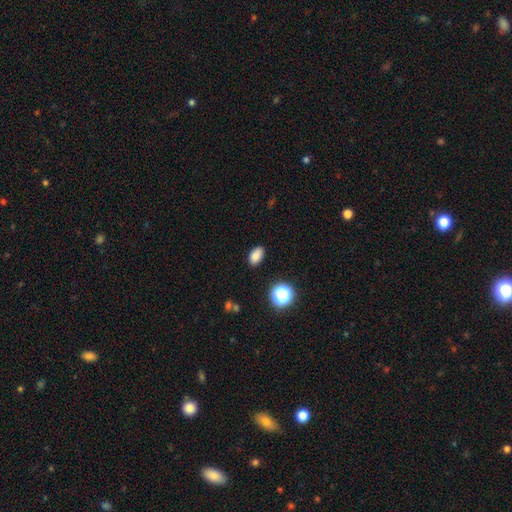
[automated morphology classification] Q: Smooth or featured?
A: smooth (83%); runner-up: star or artifact (12%)
Q: How rounded?
A: in between (88%); runner-up: round (10%)
Q: Merging?
A: none (86%); runner-up: minor disturbance (10%)